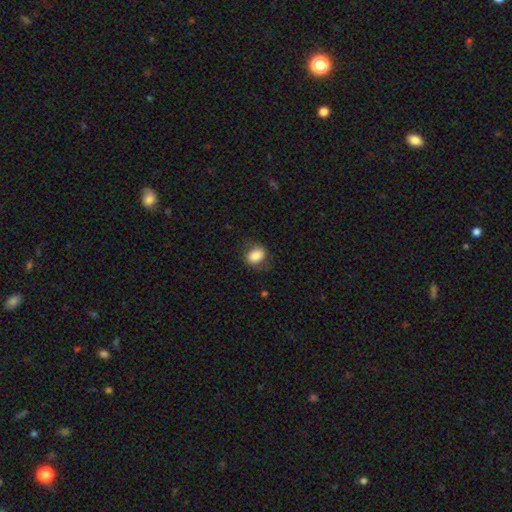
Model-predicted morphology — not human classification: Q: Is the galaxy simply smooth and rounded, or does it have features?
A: smooth — 81%.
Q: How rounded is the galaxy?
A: in between — 57%.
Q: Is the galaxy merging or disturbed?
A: none — 72%.